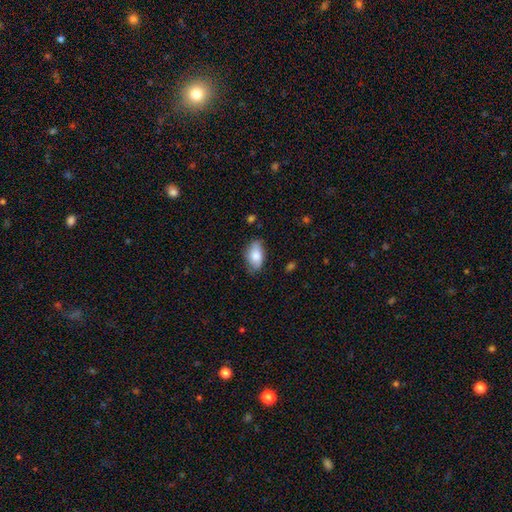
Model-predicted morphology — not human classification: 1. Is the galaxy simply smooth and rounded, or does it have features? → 79% smooth, 14% featured or disk, 7% star or artifact.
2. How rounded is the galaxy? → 92% in between, 5% round, 3% cigar-shaped.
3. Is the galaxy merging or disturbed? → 72% none, 23% minor disturbance, 4% major disturbance, 1% merger.